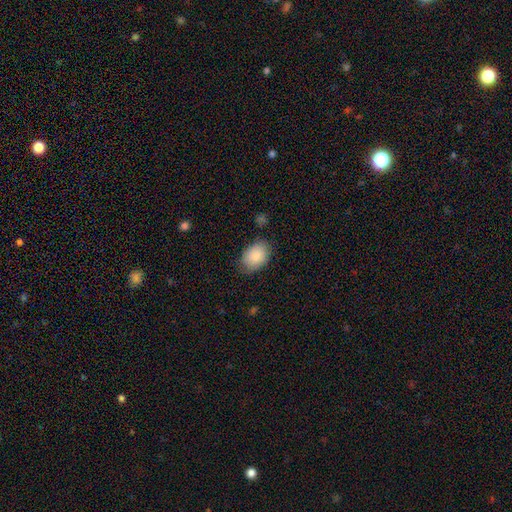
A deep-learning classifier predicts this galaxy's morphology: The model was most divided on "merging": none: 76%, minor disturbance: 18%, major disturbance: 4%, merger: 2%. More confident: smooth or featured — smooth (84%); how rounded — in between (81%).